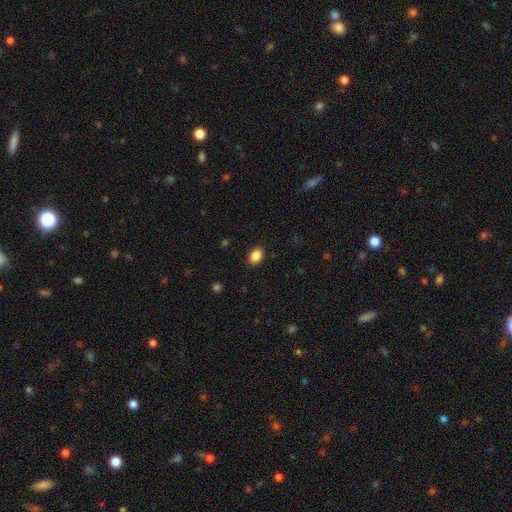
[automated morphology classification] type=smooth (87%); roundness=in between (69%); merging=none (89%).